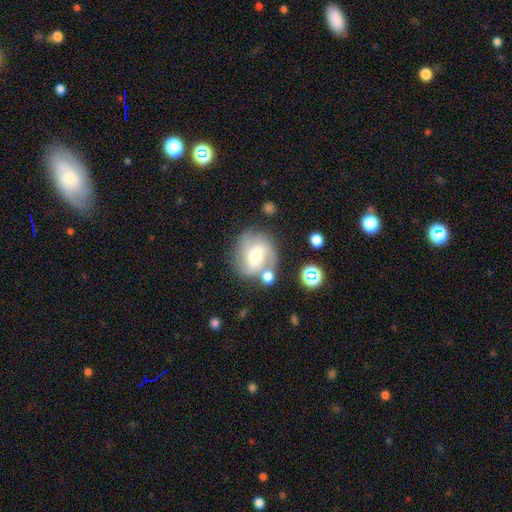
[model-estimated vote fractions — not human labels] This appears to be a featured or disk galaxy (67%) with a weak bar (45%), 2 (44%) medium (48%) spiral arms (91%) and a moderate central bulge (56%). Merging: none (55%).